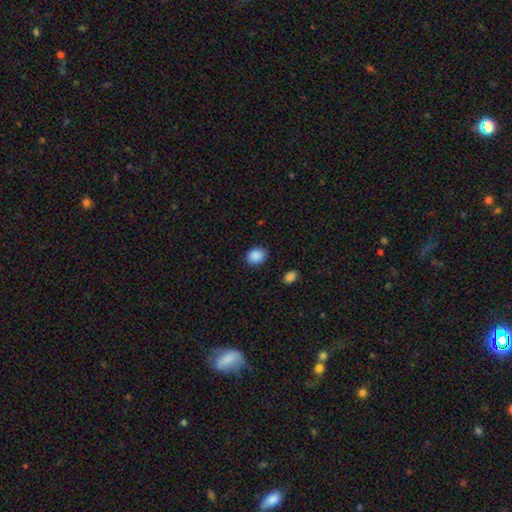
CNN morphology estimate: This appears to be a smooth galaxy with no disk features (89%) that is round (53%). Merging: none (86%).